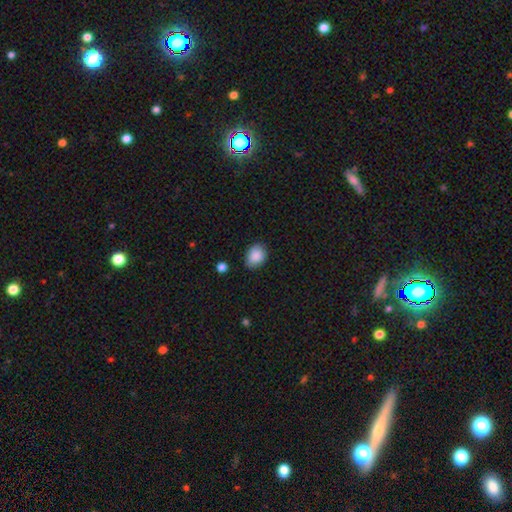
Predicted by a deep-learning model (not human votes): Smooth or featured? smooth (88%)
How rounded? in between (63%)
Merging? none (77%)